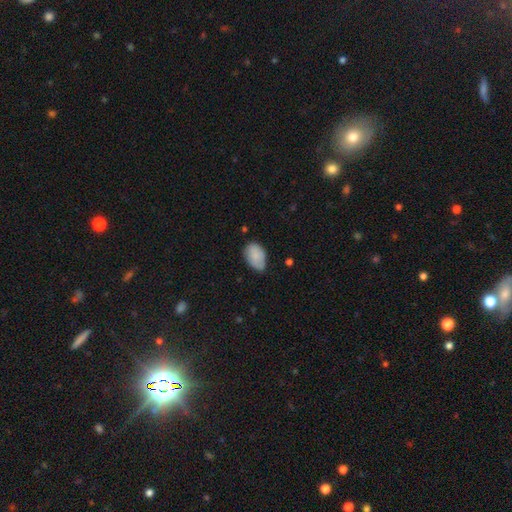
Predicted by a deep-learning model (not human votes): smooth-or-featured: smooth: 84% | featured or disk: 10% | star or artifact: 7%
  how-rounded: in between: 90% | round: 9% | cigar-shaped: 1%
  merging: none: 64% | minor disturbance: 30% | major disturbance: 4% | merger: 2%